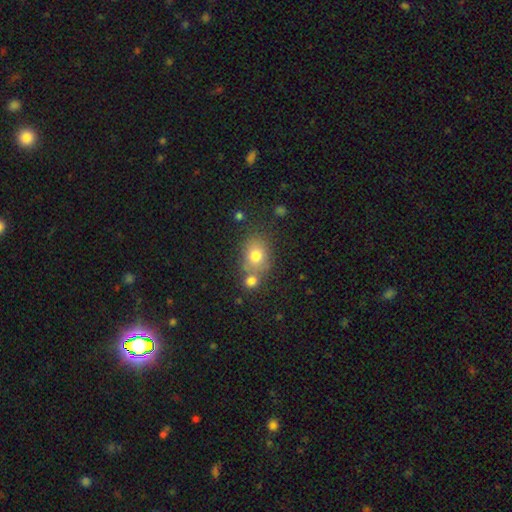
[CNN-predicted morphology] Smooth or featured? Predicted: smooth (p=0.75). How rounded? Predicted: in between (p=0.52). Merging? Predicted: none (p=0.56).